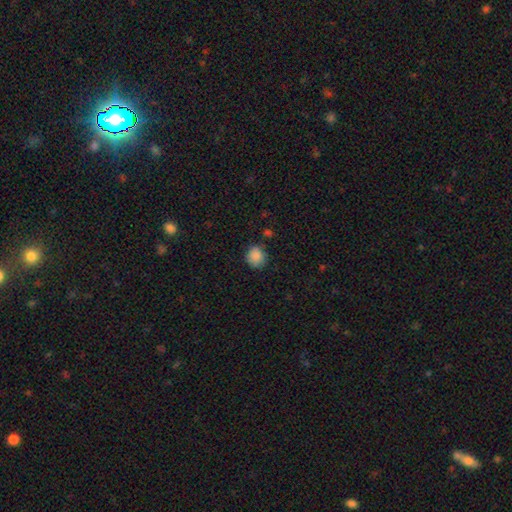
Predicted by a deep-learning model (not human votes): This is clearly a smooth galaxy (87%). How rounded: clearly round (81%). Merging: likely none (78%).